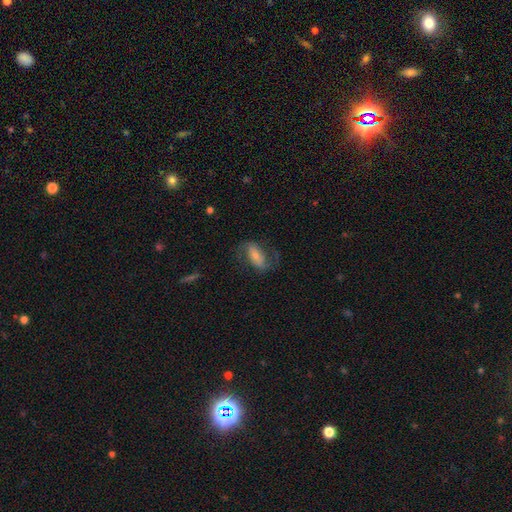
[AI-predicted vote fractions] featured or disk 60%, smooth 30%, star or artifact 10%. Down the decision tree: edge-on disk — no (93%); bar — strong (36%); spiral arms — yes (87%); bulge size — small (47%); merging — none (65%).